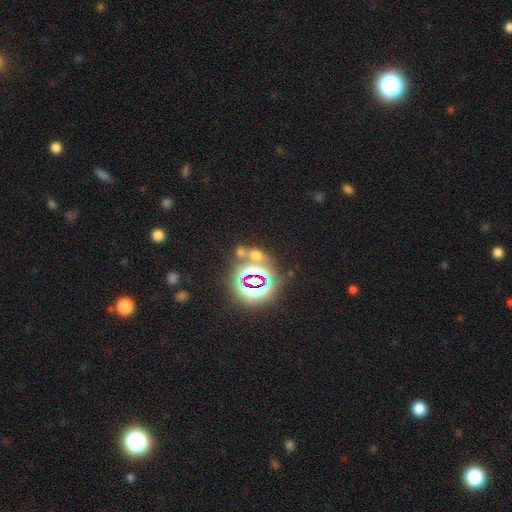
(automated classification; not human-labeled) Smooth or featured?
  - star or artifact: 54% *
  - smooth: 35%
  - featured or disk: 11%